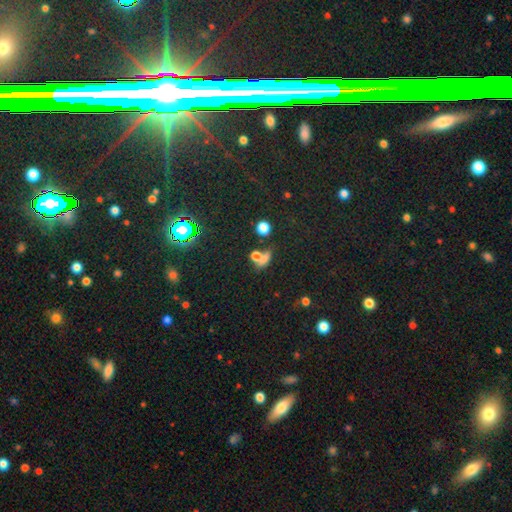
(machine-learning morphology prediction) Q: Smooth or featured?
A: smooth (62%); runner-up: star or artifact (24%)
Q: How rounded?
A: round (50%); runner-up: in between (40%)
Q: Merging?
A: none (43%); runner-up: merger (38%)